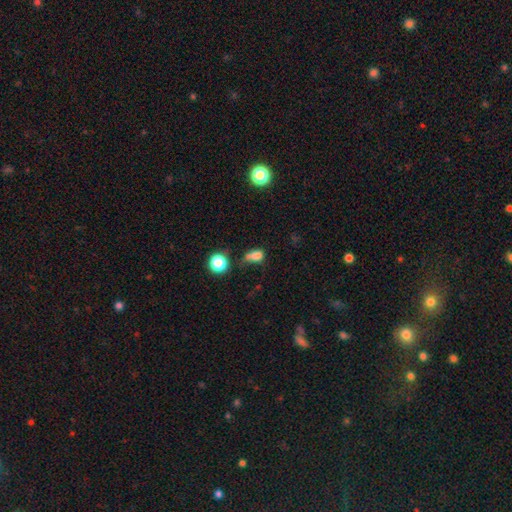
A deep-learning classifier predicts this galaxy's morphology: Smooth or featured: smooth — 73% (star or artifact — 17%)
How rounded: in between — 68% (round — 27%)
Merging: none — 33% (minor disturbance — 26%)